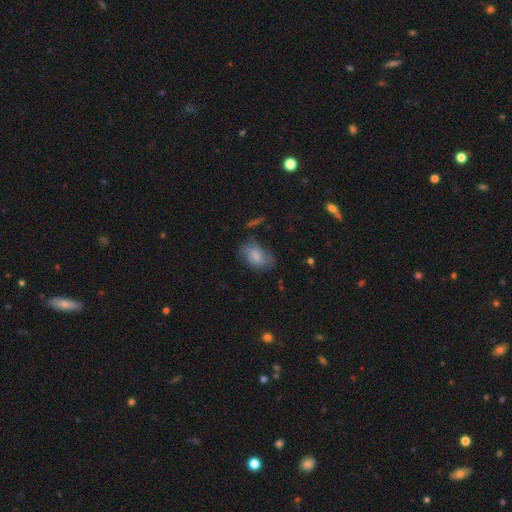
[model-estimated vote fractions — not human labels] This is likely a smooth galaxy (69%). How rounded: clearly in between (87%). Merging: possibly none (53%).